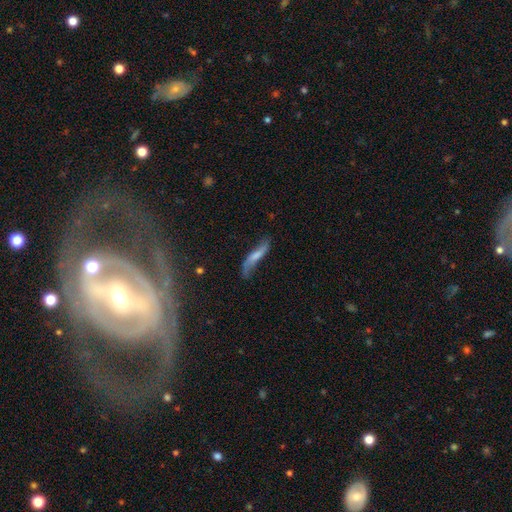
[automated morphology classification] This is possibly a featured or disk galaxy (50%). It is possibly not viewed edge-on (59%). Merging: possibly none (54%).